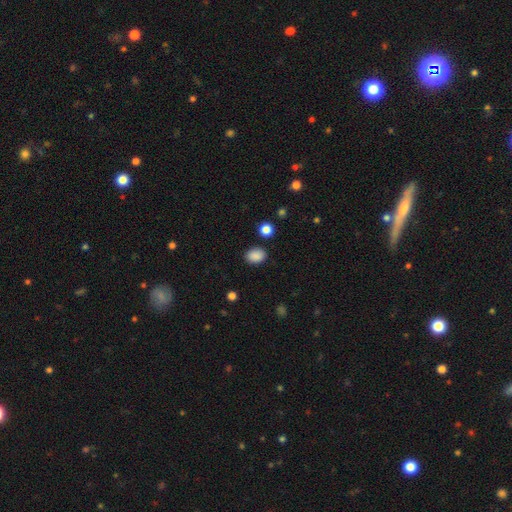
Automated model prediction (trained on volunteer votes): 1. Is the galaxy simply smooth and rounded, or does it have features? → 88% smooth, 9% star or artifact, 3% featured or disk.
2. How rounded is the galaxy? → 72% in between, 27% round, 1% cigar-shaped.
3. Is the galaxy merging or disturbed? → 86% none, 9% minor disturbance, 3% major disturbance, 2% merger.